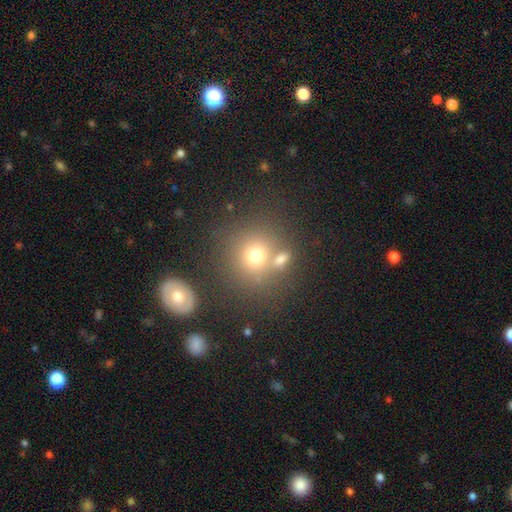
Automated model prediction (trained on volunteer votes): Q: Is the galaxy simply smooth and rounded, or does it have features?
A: smooth — 70%.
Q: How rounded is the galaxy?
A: round — 85%.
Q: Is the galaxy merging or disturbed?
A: none — 62%.